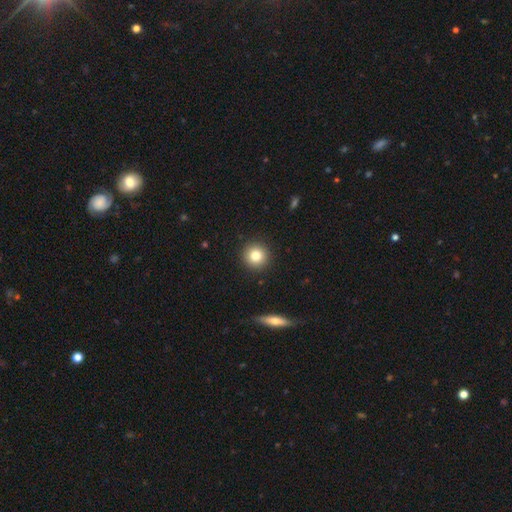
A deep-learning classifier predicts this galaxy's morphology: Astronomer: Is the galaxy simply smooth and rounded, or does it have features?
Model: smooth — 81%.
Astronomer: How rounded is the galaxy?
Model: round — 94%.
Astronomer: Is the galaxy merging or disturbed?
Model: none — 91%.